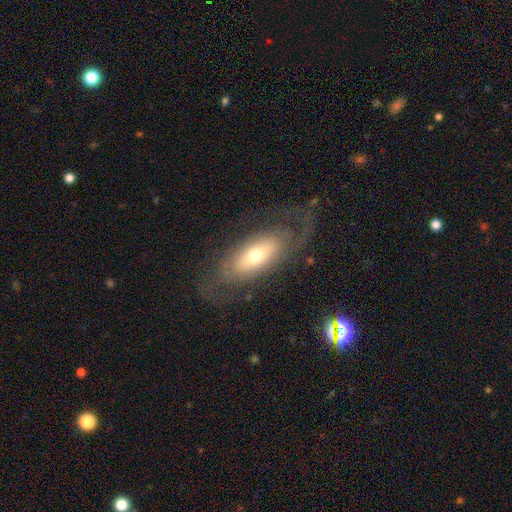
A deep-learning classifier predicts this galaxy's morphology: A featured or disk galaxy (56%).

Vote fractions:
- Smooth or featured? featured or disk: 56% / smooth: 37% / star or artifact: 7%
- Edge-on disk? no: 82% / yes: 18%
- Merging? none: 65% / major disturbance: 17% / minor disturbance: 15% / merger: 2%